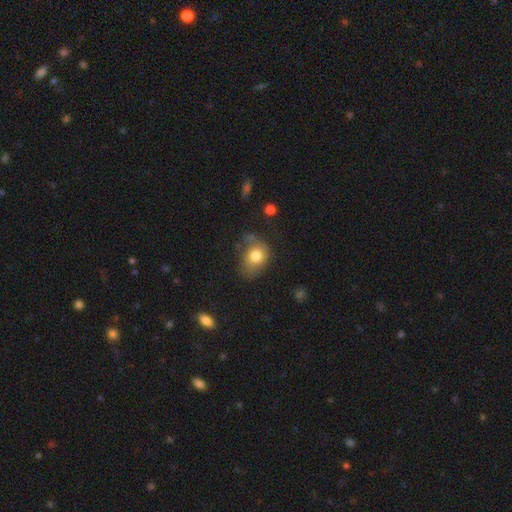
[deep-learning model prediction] Smooth or featured? smooth (76%)
How rounded? in between (61%)
Merging? none (47%)